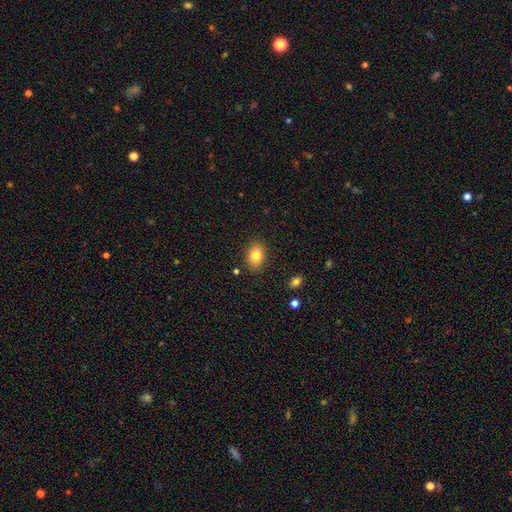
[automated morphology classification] This is clearly a smooth galaxy (82%). How rounded: likely in between (77%). Merging: clearly none (87%).